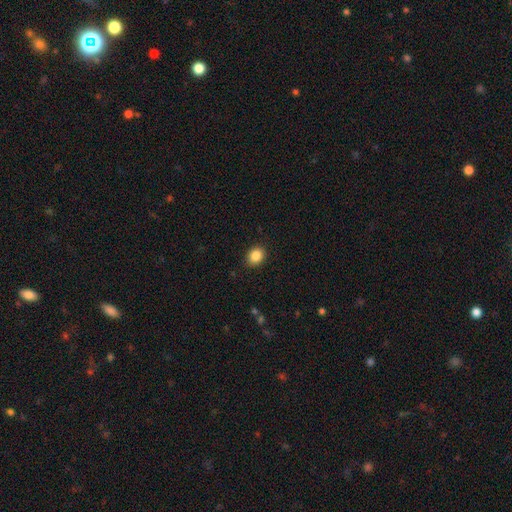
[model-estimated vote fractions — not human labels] Overall: smooth (86%). How rounded: round (54%; in between 46%). Merging: none (90%).